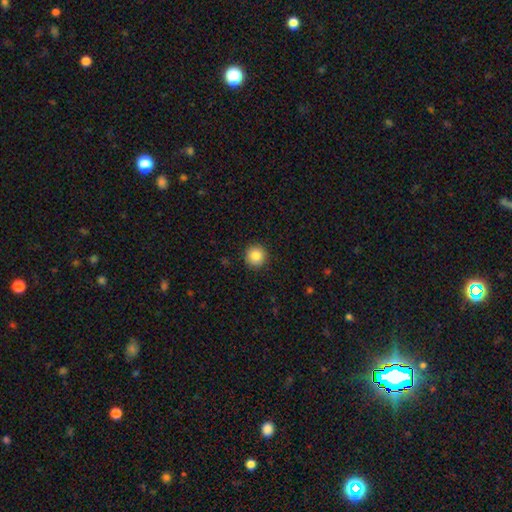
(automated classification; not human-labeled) smooth_or_featured: smooth (p=0.86) [alt: star or artifact p=0.09]
how_rounded: round (p=0.95) [alt: in between p=0.04]
merging: none (p=0.92) [alt: minor disturbance p=0.05]